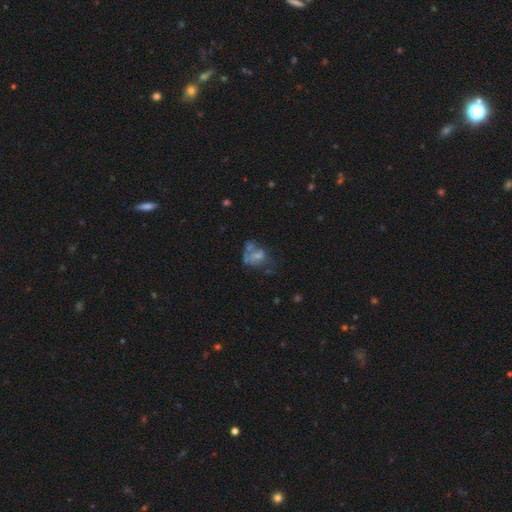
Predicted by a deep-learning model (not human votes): The model was most divided on "smooth or featured": featured or disk: 44%, smooth: 42%, star or artifact: 14%. Remaining: merging — major disturbance (32%).